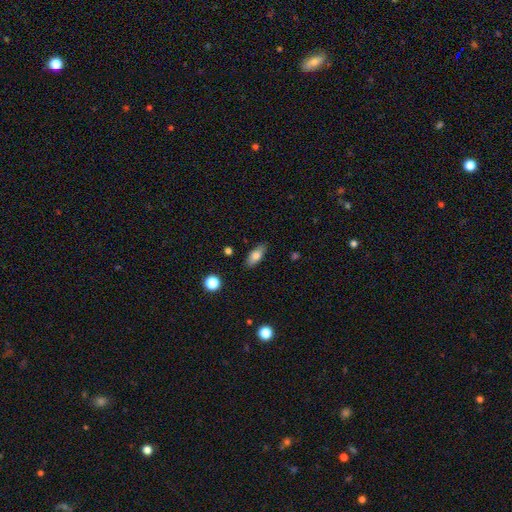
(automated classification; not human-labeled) smooth 78%, featured or disk 15%, star or artifact 8%. Down the decision tree: how rounded — in between (80%); merging — none (85%).